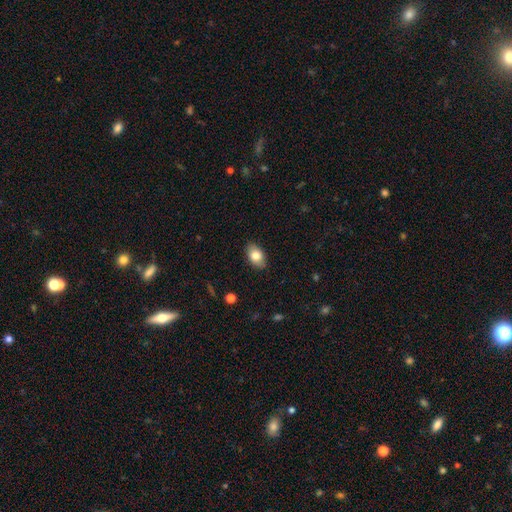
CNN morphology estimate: type=smooth (81%); roundness=in between (89%); merging=none (86%).